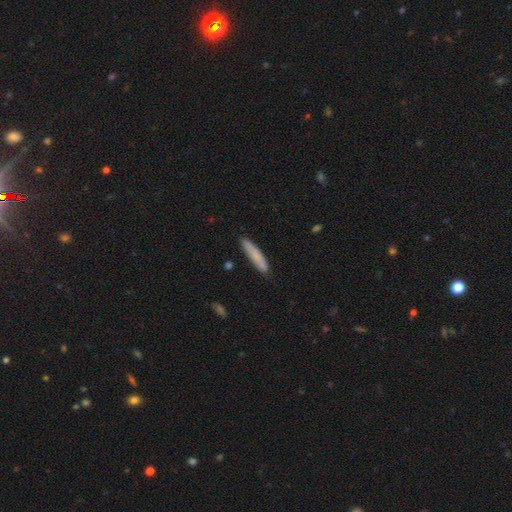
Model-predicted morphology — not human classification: Q: Smooth or featured?
A: smooth (80%); runner-up: featured or disk (14%)
Q: How rounded?
A: cigar-shaped (90%); runner-up: in between (9%)
Q: Merging?
A: none (87%); runner-up: minor disturbance (10%)